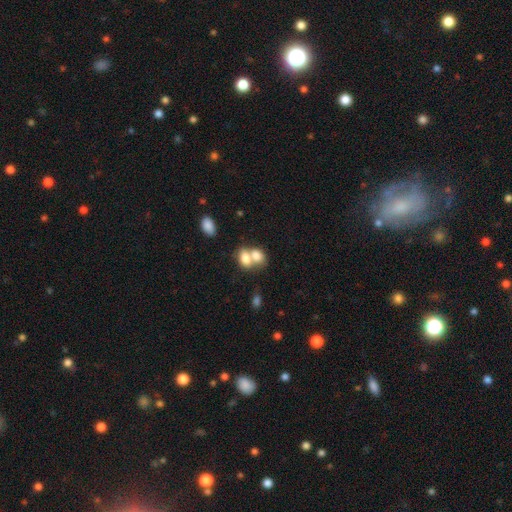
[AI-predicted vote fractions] This is likely a smooth galaxy (77%). How rounded: likely in between (74%). Merging: likely merger (70%).